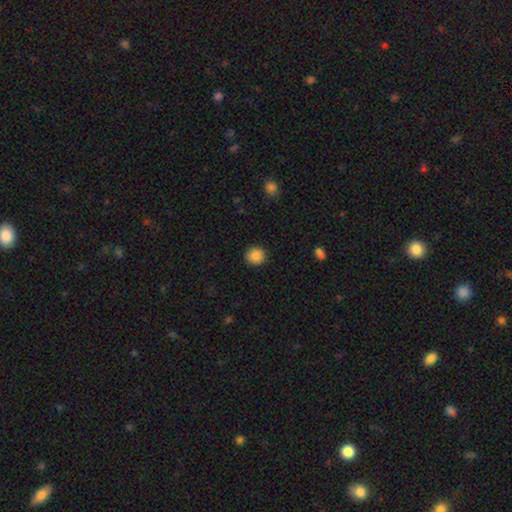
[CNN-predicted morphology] smooth 86%, star or artifact 9%, featured or disk 5%. Down the decision tree: how rounded — round (91%); merging — none (92%).